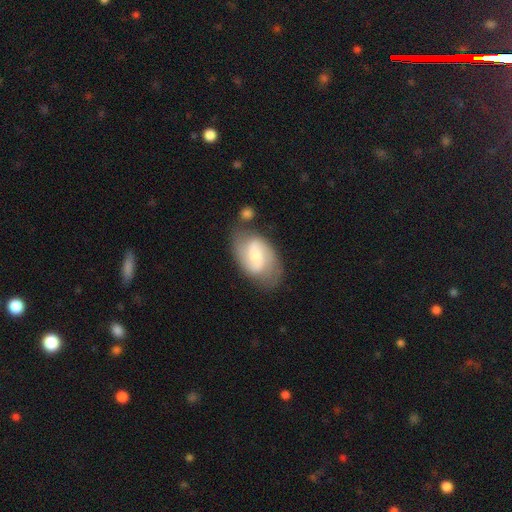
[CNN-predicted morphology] A featured or disk galaxy (66%) with a weak bar (53%), 2 (84%) medium (47%) spiral arms (90%) and a small central bulge (48%).

Vote fractions:
- Smooth or featured? featured or disk: 66% / smooth: 27% / star or artifact: 6%
- Edge-on disk? no: 96% / yes: 4%
- Bar? weak: 53% / no: 28% / strong: 19%
- Spiral arms? yes: 90% / no: 10%
- Spiral winding? medium: 47% / loose: 34% / tight: 20%
- Spiral arm count? 2: 84% / can't tell: 9% / 3: 2% / 1: 2% / 4: 1% / more than 4: 1%
- Bulge size? small: 48% / moderate: 41% / large: 5% / none: 4% / dominant: 1%
- Merging? none: 62% / minor disturbance: 21% / merger: 9% / major disturbance: 8%